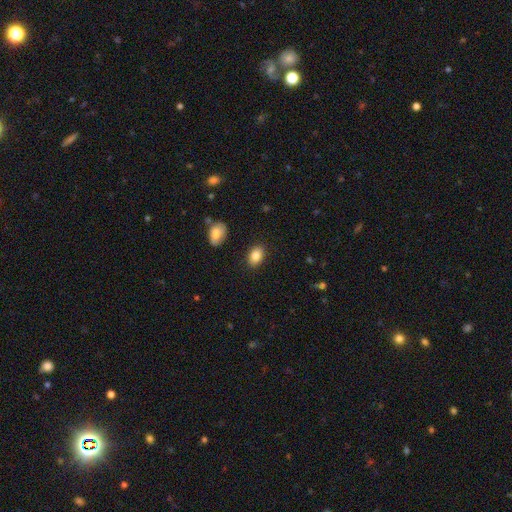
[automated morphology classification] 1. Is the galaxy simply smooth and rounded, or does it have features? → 86% smooth, 8% star or artifact, 6% featured or disk.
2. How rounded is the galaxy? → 82% in between, 17% round, 1% cigar-shaped.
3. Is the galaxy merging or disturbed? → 87% none, 9% minor disturbance, 2% major disturbance, 2% merger.